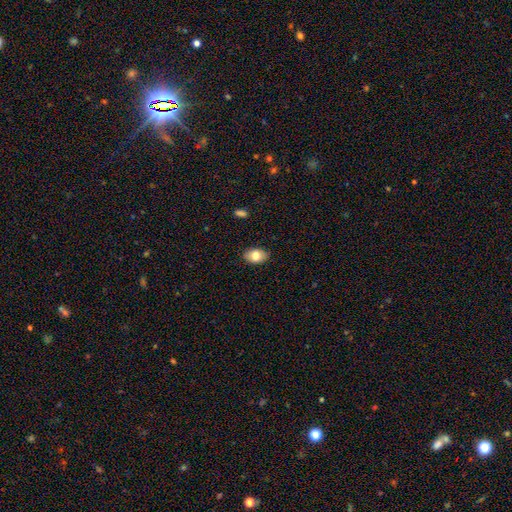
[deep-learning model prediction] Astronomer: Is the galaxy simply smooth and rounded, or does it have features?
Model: smooth — 80%.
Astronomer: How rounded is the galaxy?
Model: in between — 87%.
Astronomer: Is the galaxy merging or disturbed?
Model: none — 87%.